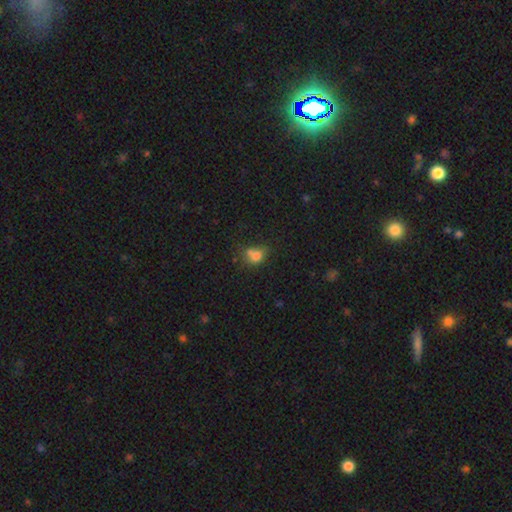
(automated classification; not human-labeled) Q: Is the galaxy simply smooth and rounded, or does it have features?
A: smooth — 70%.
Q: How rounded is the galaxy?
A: round — 54%.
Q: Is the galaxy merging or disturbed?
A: merger — 40%.